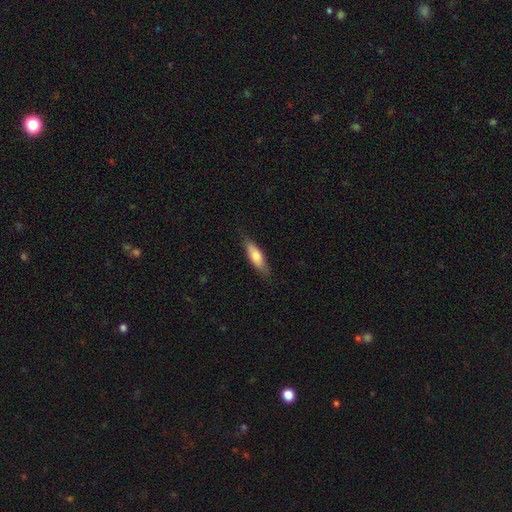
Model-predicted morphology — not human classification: A smooth galaxy with no disk features (70%) that is cigar-shaped (51%). Merging: none (83%).